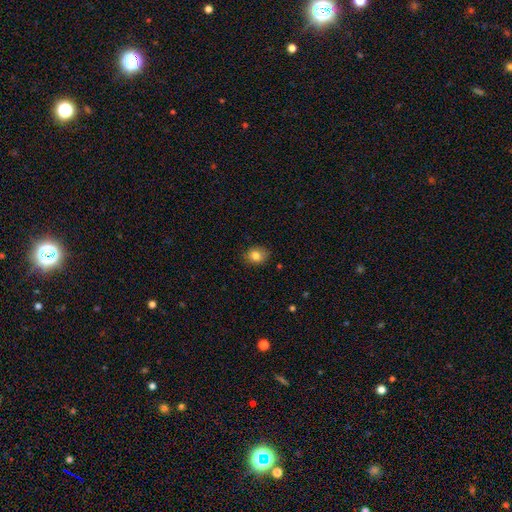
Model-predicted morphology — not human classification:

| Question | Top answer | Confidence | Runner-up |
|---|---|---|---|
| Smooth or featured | smooth | 83% | star or artifact (10%) |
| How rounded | round | 56% | in between (43%) |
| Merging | none | 84% | minor disturbance (13%) |